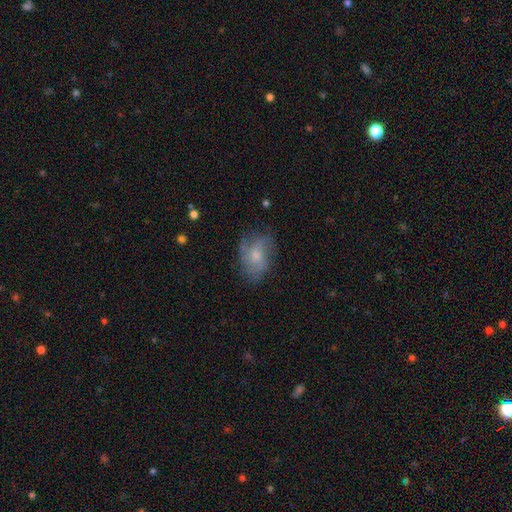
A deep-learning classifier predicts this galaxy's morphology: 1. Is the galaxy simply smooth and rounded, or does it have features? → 47% featured or disk, 44% smooth, 9% star or artifact.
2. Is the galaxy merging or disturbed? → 59% none, 25% minor disturbance, 14% major disturbance, 2% merger.